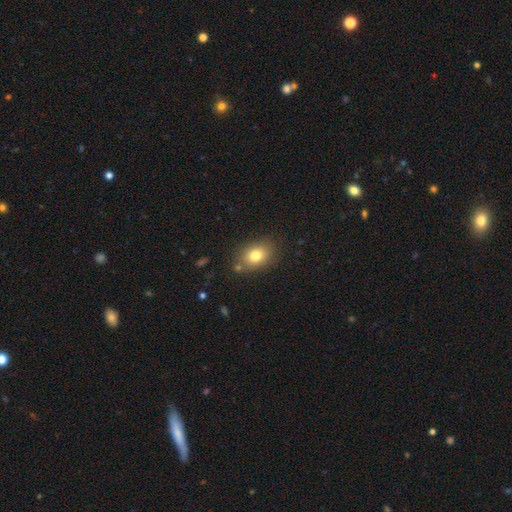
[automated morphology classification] Smooth or featured? Predicted: smooth (p=0.79). How rounded? Predicted: in between (p=0.73). Merging? Predicted: none (p=0.79).